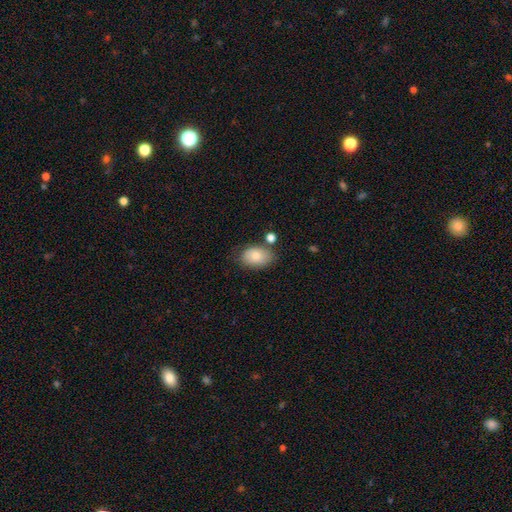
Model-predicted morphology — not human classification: A smooth galaxy with no disk features (80%) that is in between round and cigar-shaped (87%). Merging: none (69%).